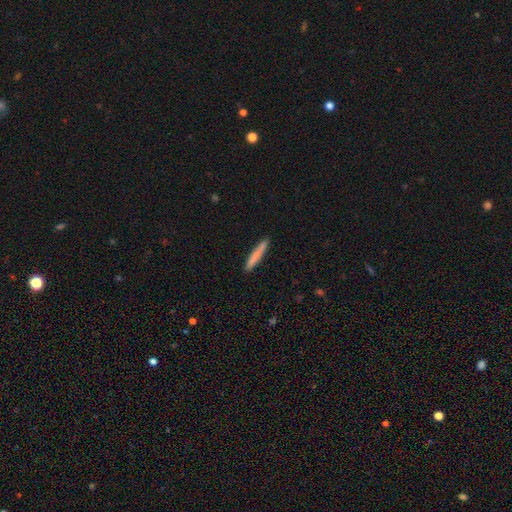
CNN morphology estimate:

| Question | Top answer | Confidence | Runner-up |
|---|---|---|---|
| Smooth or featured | smooth | 79% | featured or disk (15%) |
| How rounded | cigar-shaped | 96% | in between (3%) |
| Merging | none | 91% | minor disturbance (7%) |